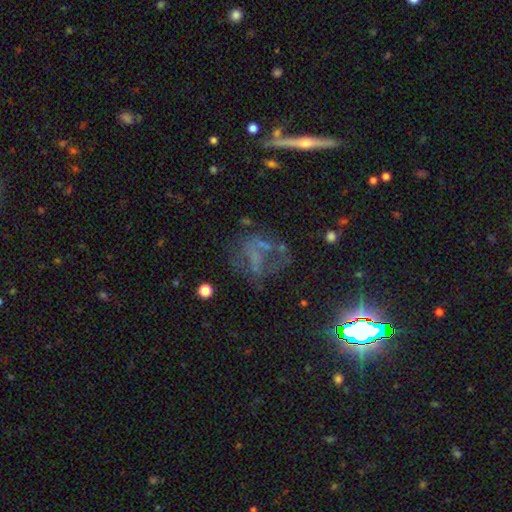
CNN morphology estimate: type=featured or disk (46%); merging=none (47%).